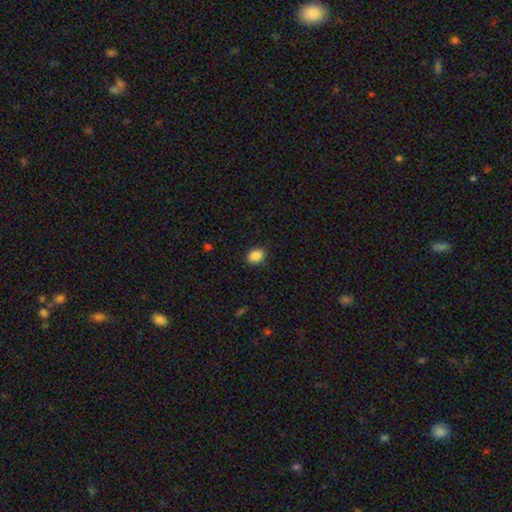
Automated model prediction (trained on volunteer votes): Smooth or featured: smooth — 88% (star or artifact — 9%)
How rounded: in between — 72% (round — 27%)
Merging: none — 87% (minor disturbance — 10%)